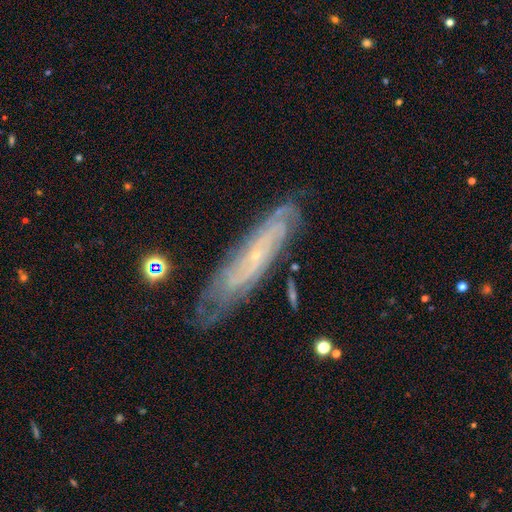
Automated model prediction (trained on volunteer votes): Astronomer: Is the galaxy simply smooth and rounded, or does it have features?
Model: featured or disk — 79%.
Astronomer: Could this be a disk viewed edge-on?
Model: no — 73%.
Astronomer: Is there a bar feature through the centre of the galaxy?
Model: no — 71%.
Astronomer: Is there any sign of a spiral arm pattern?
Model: yes — 92%.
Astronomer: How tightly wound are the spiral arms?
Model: tight — 65%.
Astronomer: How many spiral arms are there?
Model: can't tell — 53%.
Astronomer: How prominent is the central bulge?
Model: small — 87%.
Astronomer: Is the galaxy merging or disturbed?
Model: none — 74%.